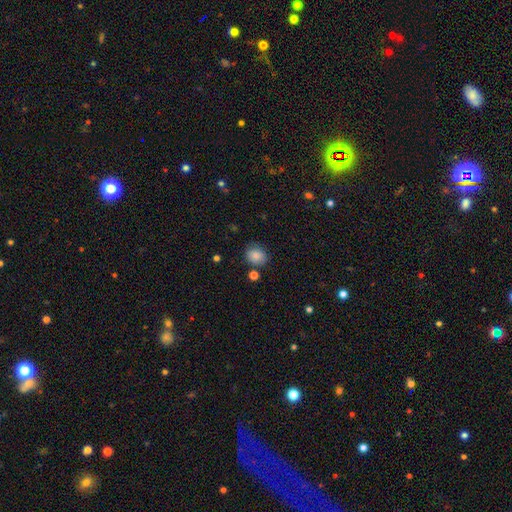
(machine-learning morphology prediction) A smooth galaxy with no disk features (86%) that is round (58%). Merging: none (78%).